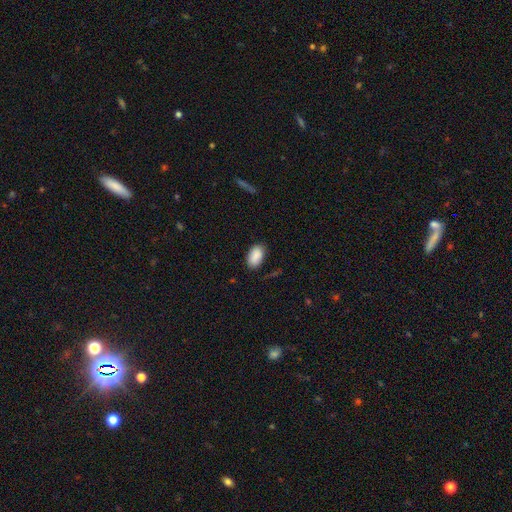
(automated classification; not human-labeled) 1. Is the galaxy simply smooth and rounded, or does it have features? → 89% smooth, 7% star or artifact, 4% featured or disk.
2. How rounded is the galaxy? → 93% in between, 5% round, 2% cigar-shaped.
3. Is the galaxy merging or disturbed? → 80% none, 15% minor disturbance, 3% major disturbance, 1% merger.